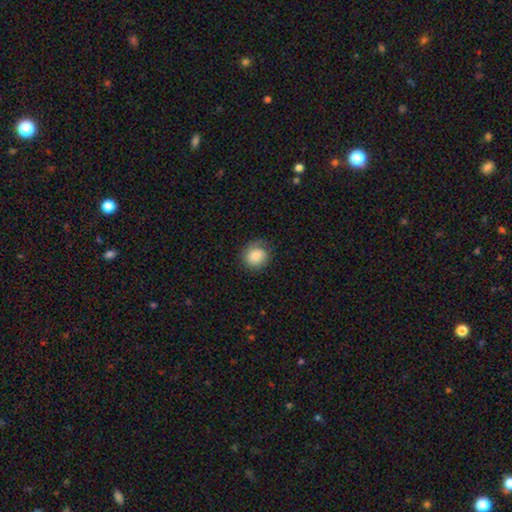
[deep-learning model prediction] A smooth galaxy with no disk features (77%) that is round (81%). Merging: none (70%).